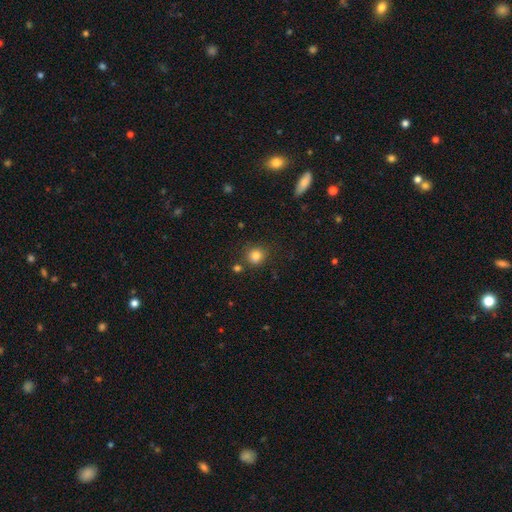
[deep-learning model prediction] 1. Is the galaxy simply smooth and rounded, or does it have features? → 82% smooth, 12% star or artifact, 6% featured or disk.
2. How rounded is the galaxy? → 86% round, 13% in between, 1% cigar-shaped.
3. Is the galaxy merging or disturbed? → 79% none, 11% minor disturbance, 6% merger, 4% major disturbance.